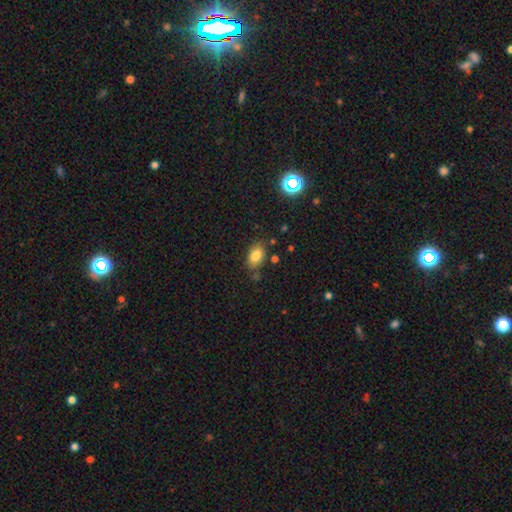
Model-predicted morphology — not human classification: Smooth or featured: smooth — 81% (star or artifact — 11%)
How rounded: in between — 86% (round — 12%)
Merging: none — 74% (minor disturbance — 17%)